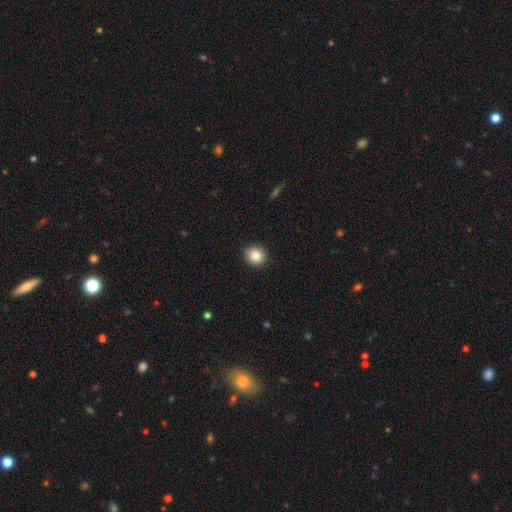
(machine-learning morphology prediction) This is clearly a smooth galaxy (85%). How rounded: clearly round (83%). Merging: clearly none (89%).